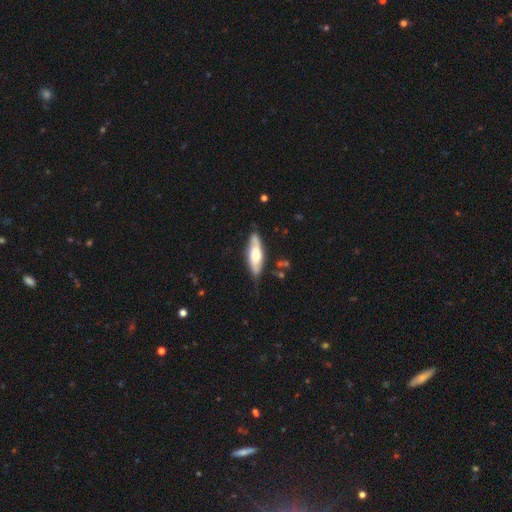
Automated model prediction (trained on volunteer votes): The model was most divided on "smooth or featured": smooth: 49%, featured or disk: 45%, star or artifact: 6%. More confident: merging — none (70%).